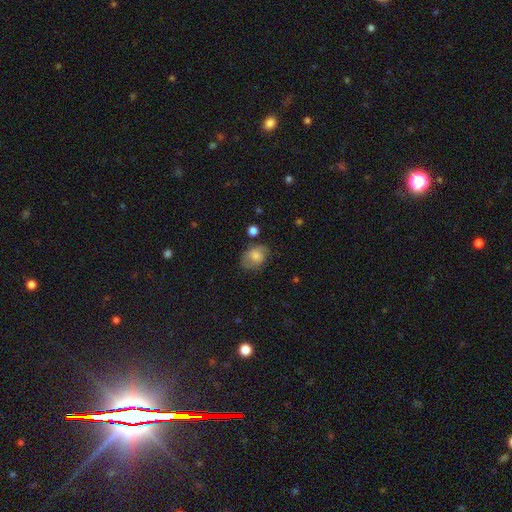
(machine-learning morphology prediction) This is likely a smooth galaxy (72%). How rounded: likely in between (68%). Merging: likely none (63%).